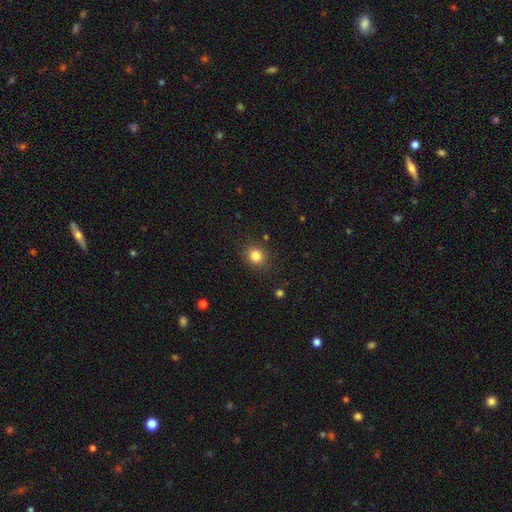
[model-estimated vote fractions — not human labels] Smooth or featured? smooth (83%)
How rounded? round (74%)
Merging? none (87%)